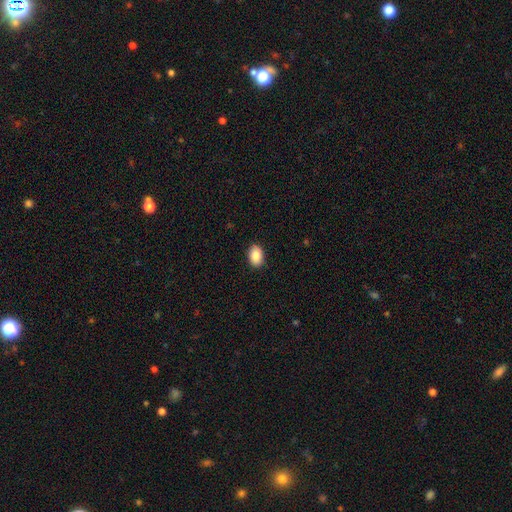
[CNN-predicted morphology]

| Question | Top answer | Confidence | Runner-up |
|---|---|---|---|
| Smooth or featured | smooth | 86% | star or artifact (8%) |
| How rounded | in between | 82% | round (17%) |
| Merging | none | 89% | minor disturbance (9%) |